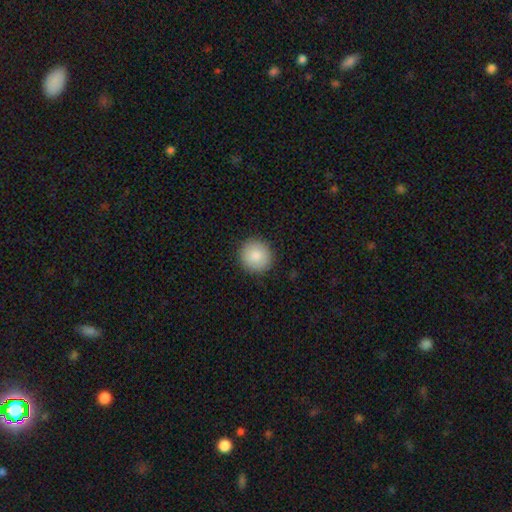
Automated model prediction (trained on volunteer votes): Smooth or featured?
  - smooth: 86% *
  - star or artifact: 7%
  - featured or disk: 6%
How rounded?
  - round: 93% *
  - in between: 6%
  - cigar-shaped: 1%
Merging?
  - none: 91% *
  - minor disturbance: 6%
  - major disturbance: 2%
  - merger: 1%